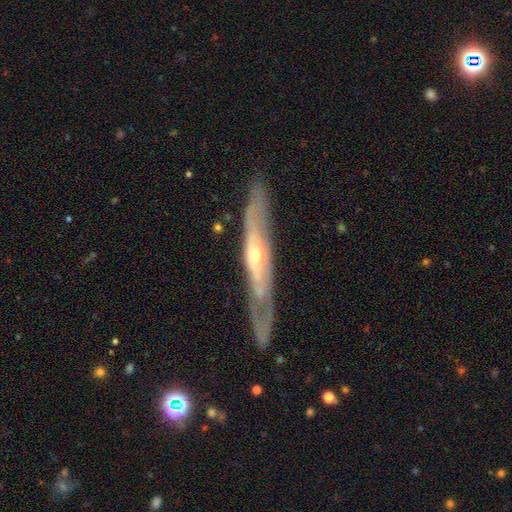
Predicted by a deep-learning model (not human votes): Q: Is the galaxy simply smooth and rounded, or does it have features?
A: featured or disk — 79%.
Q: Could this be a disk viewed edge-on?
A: yes — 55%.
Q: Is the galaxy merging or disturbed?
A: none — 75%.